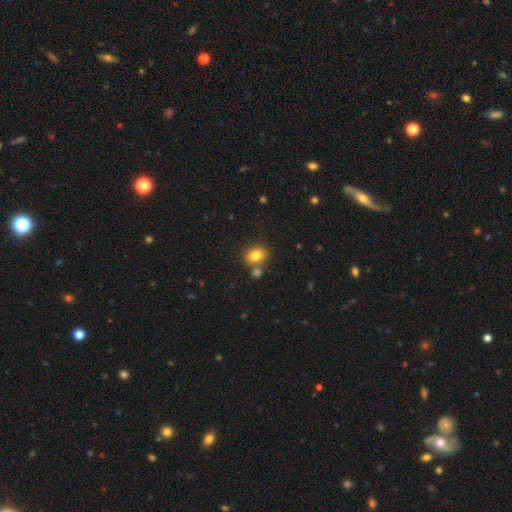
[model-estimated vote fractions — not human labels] Smooth or featured? smooth (81%)
How rounded? in between (53%)
Merging? none (66%)